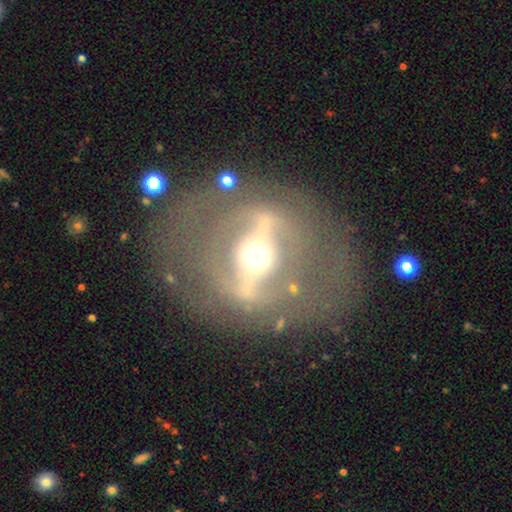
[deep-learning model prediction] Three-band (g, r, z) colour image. It shows a featured or disk galaxy (80%) with a strong bar (80%), no spiral arms (75%) and a moderate central bulge (68%). Merging: none (74%).